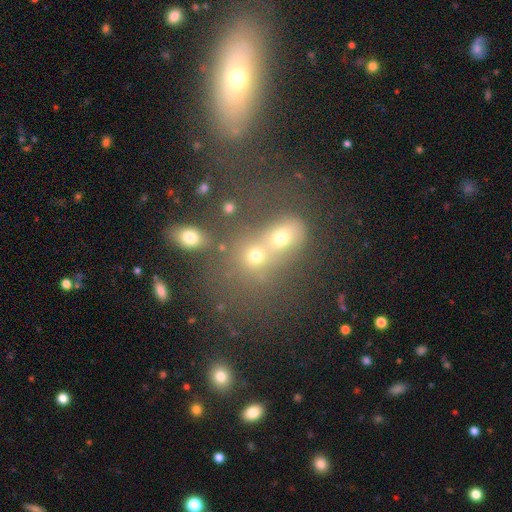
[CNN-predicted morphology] The model was most divided on "merging": merger: 57%, none: 32%, minor disturbance: 6%, major disturbance: 5%. More confident: smooth or featured — smooth (68%); how rounded — round (67%).